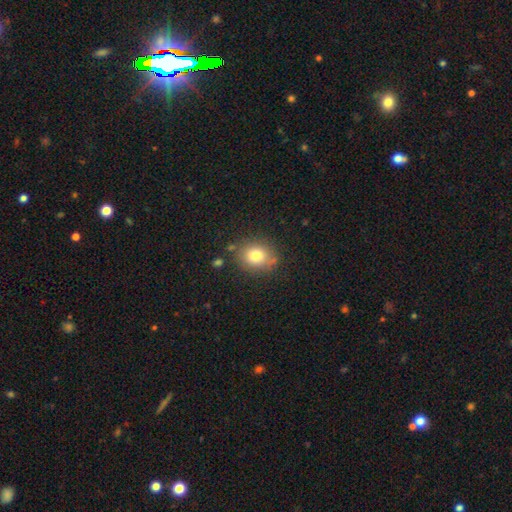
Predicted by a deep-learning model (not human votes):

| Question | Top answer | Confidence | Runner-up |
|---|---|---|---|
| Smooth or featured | smooth | 78% | star or artifact (11%) |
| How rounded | round | 62% | in between (37%) |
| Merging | none | 80% | minor disturbance (12%) |